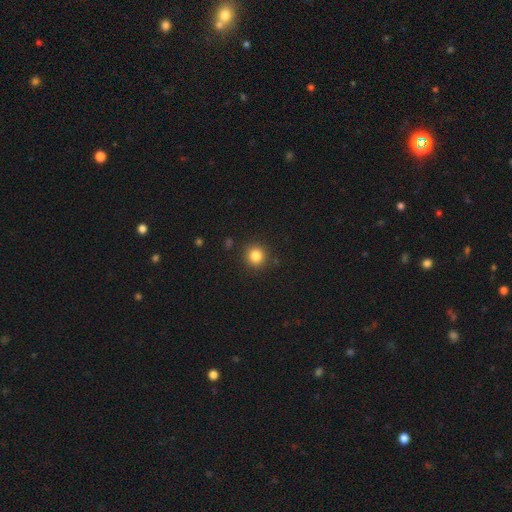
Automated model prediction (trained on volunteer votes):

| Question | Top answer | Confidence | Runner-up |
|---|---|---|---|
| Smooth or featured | smooth | 84% | star or artifact (11%) |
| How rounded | round | 92% | in between (7%) |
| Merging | none | 90% | minor disturbance (6%) |